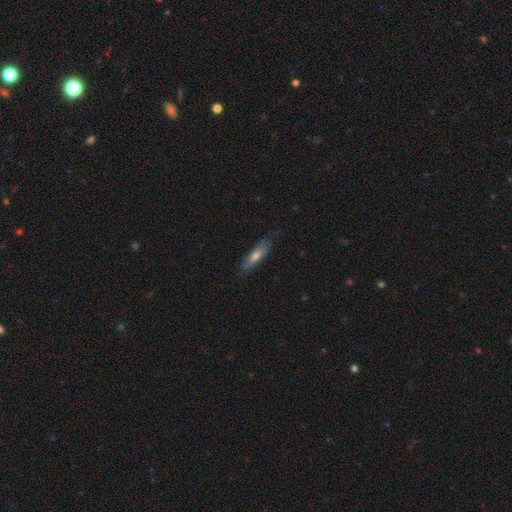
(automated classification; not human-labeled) The model was most divided on "smooth or featured": smooth: 50%, featured or disk: 43%, star or artifact: 7%. More confident: merging — none (73%).